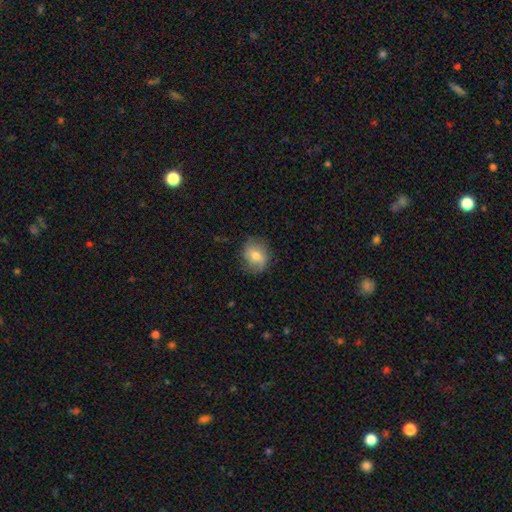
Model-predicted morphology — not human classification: Smooth or featured? smooth (64%)
How rounded? round (71%)
Merging? none (76%)